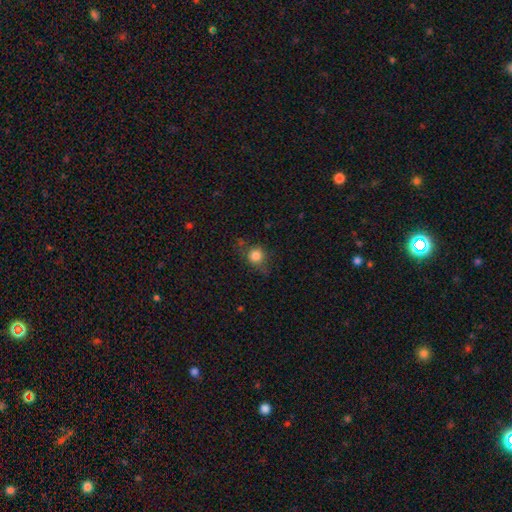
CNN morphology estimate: Smooth or featured: smooth — 82% (star or artifact — 11%)
How rounded: round — 85% (in between — 14%)
Merging: none — 68% (minor disturbance — 22%)